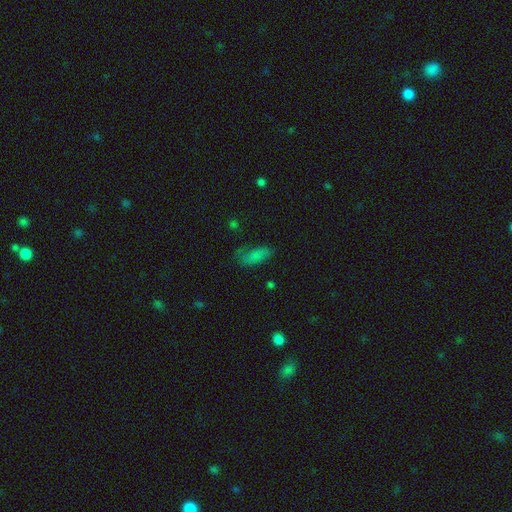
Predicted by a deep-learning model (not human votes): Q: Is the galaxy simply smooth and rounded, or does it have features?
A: smooth — 76%.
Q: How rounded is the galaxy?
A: in between — 84%.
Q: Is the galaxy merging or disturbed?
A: none — 55%.